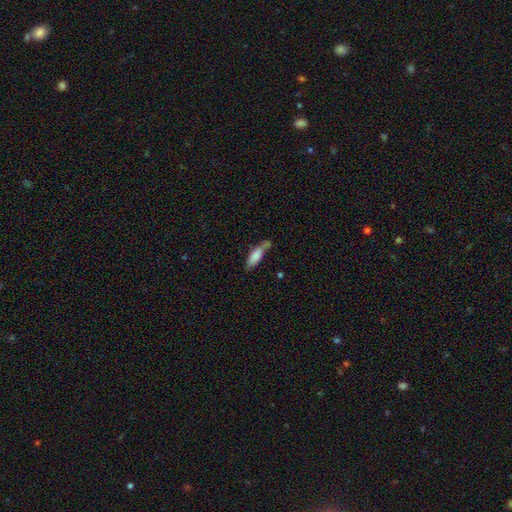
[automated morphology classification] Smooth or featured: smooth — 78% (featured or disk — 15%)
How rounded: in between — 51% (cigar-shaped — 47%)
Merging: none — 48% (minor disturbance — 28%)